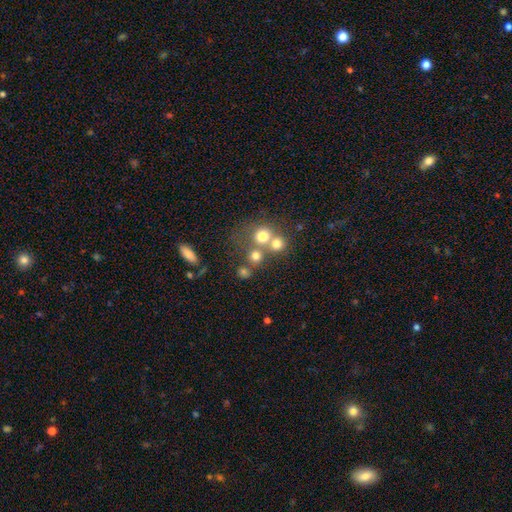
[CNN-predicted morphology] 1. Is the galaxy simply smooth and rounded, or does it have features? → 71% smooth, 15% star or artifact, 14% featured or disk.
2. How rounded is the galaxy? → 85% round, 14% in between, 1% cigar-shaped.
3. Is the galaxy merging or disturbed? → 50% none, 38% merger, 8% minor disturbance, 5% major disturbance.